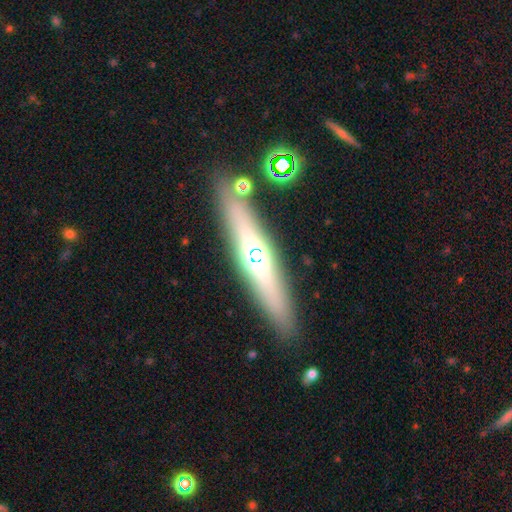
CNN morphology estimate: A featured or disk galaxy (63%) viewed edge-on (87%) with a rounded central bulge (75%). Merging: none (85%).